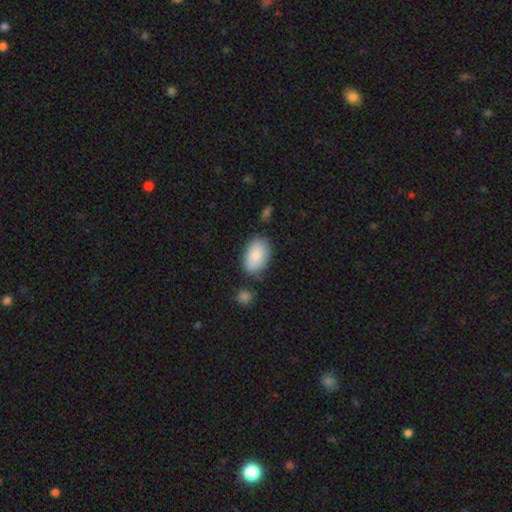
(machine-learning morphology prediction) Smooth or featured? Predicted: smooth (p=0.85). How rounded? Predicted: in between (p=0.91). Merging? Predicted: none (p=0.73).